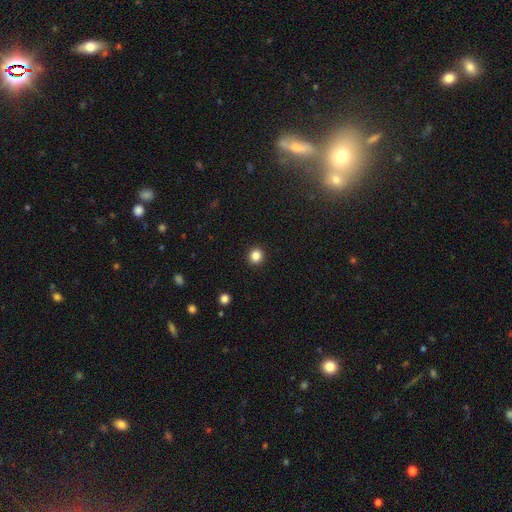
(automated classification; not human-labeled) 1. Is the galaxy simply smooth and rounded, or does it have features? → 85% smooth, 11% star or artifact, 4% featured or disk.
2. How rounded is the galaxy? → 90% round, 9% in between, 1% cigar-shaped.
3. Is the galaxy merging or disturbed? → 93% none, 4% minor disturbance, 2% major disturbance, 1% merger.